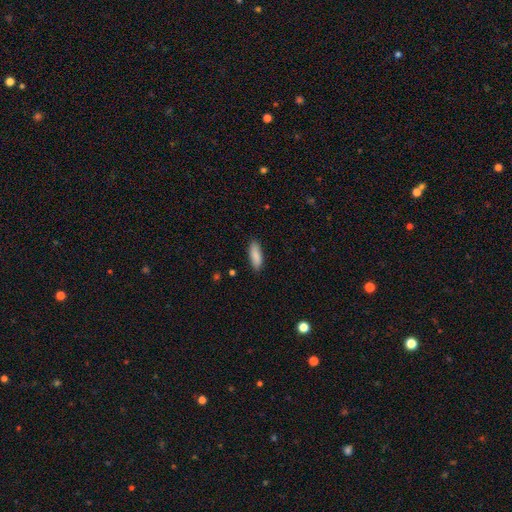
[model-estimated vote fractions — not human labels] smooth-or-featured: smooth: 88% | featured or disk: 6% | star or artifact: 6%
  how-rounded: in between: 66% | cigar-shaped: 32% | round: 2%
  merging: none: 87% | minor disturbance: 10% | major disturbance: 2% | merger: 1%